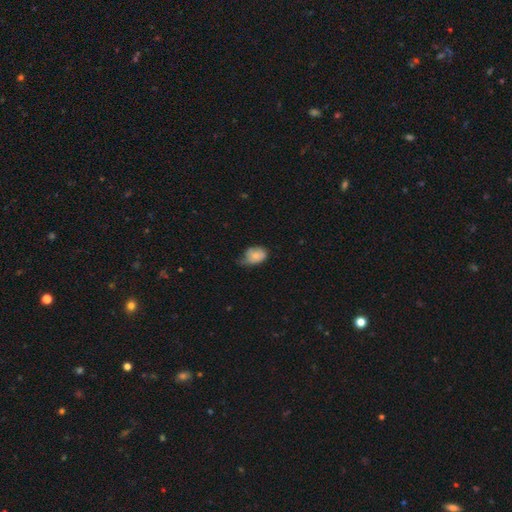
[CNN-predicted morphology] Smooth or featured: smooth — 70% (featured or disk — 22%)
How rounded: in between — 80% (round — 19%)
Merging: minor disturbance — 49% (none — 28%)